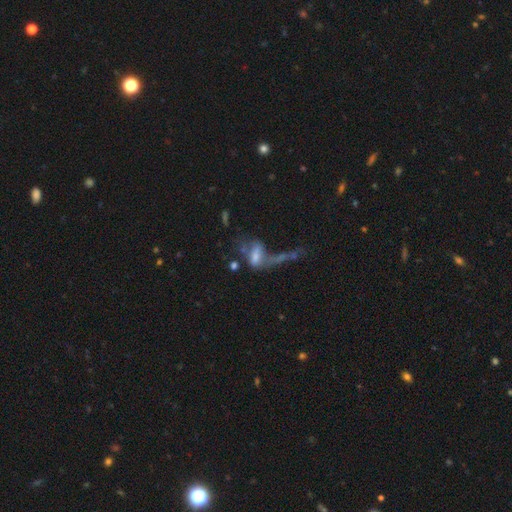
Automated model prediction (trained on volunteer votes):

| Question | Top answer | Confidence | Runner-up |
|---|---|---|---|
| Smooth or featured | featured or disk | 44% | smooth (37%) |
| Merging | major disturbance | 46% | merger (27%) |